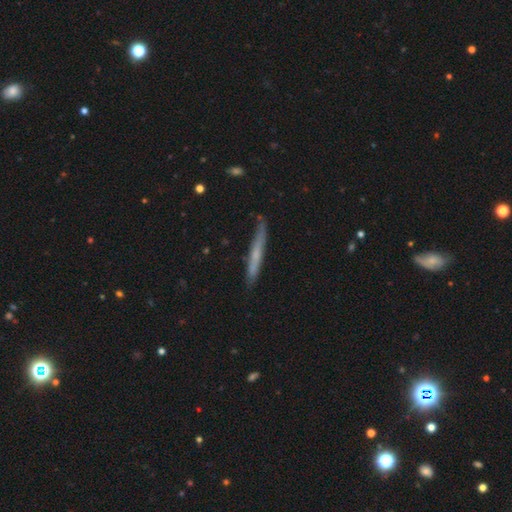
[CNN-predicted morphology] Q: Smooth or featured?
A: smooth (47%); runner-up: featured or disk (46%)
Q: Merging?
A: none (78%); runner-up: minor disturbance (17%)